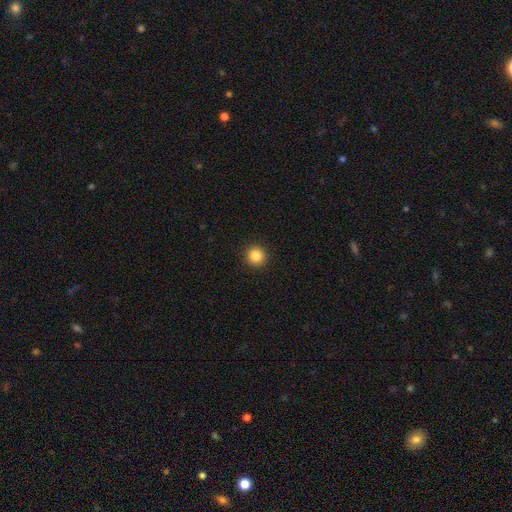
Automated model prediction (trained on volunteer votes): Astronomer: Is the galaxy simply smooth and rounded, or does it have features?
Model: smooth — 86%.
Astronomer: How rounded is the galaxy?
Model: round — 95%.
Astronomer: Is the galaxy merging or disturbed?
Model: none — 93%.